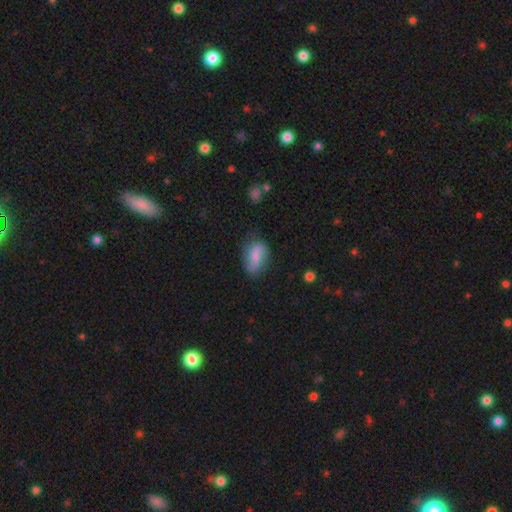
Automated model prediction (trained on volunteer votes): smooth-or-featured: smooth: 52% | featured or disk: 40% | star or artifact: 8%
  how-rounded: in between: 85% | round: 10% | cigar-shaped: 5%
  merging: none: 61% | minor disturbance: 27% | major disturbance: 10% | merger: 3%